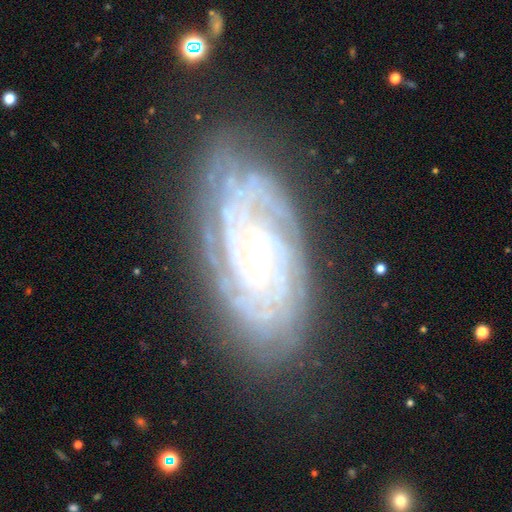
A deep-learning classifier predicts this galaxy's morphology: Smooth or featured?
  - featured or disk: 90% *
  - star or artifact: 6%
  - smooth: 5%
Edge-on disk?
  - no: 95% *
  - yes: 5%
Bar?
  - no: 62% *
  - weak: 25%
  - strong: 13%
Spiral arms?
  - yes: 98% *
  - no: 2%
Spiral winding?
  - tight: 84% *
  - medium: 14%
  - loose: 2%
Spiral arm count?
  - 2: 23% *
  - 3: 22%
  - can't tell: 20%
  - 4: 18%
  - more than 4: 10%
  - 1: 6%
Bulge size?
  - small: 70% *
  - moderate: 26%
  - large: 1%
  - none: 1%
  - dominant: 1%
Merging?
  - none: 77% *
  - minor disturbance: 17%
  - major disturbance: 5%
  - merger: 2%